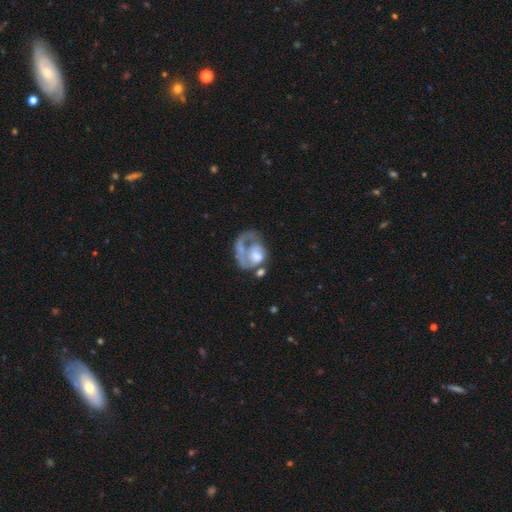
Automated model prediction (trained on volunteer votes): Smooth or featured: featured or disk — 65% (smooth — 27%)
Edge-on disk: no — 97% (yes — 3%)
Bar: no — 83% (weak — 14%)
Spiral arms: yes — 55% (no — 45%)
Bulge size: moderate — 36% (none — 23%)
Merging: major disturbance — 42% (none — 29%)